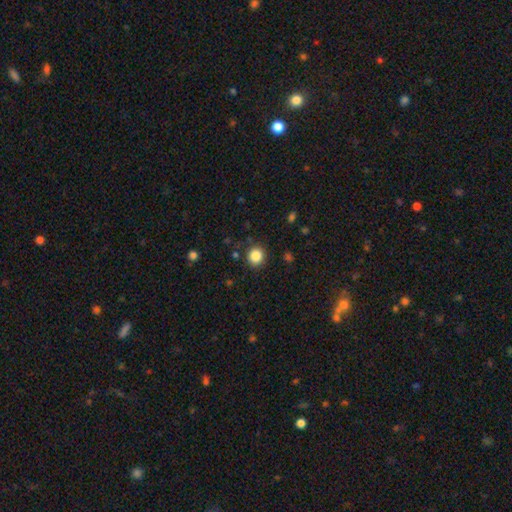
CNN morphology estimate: This is clearly a smooth galaxy (86%). How rounded: clearly round (88%). Merging: clearly none (87%).